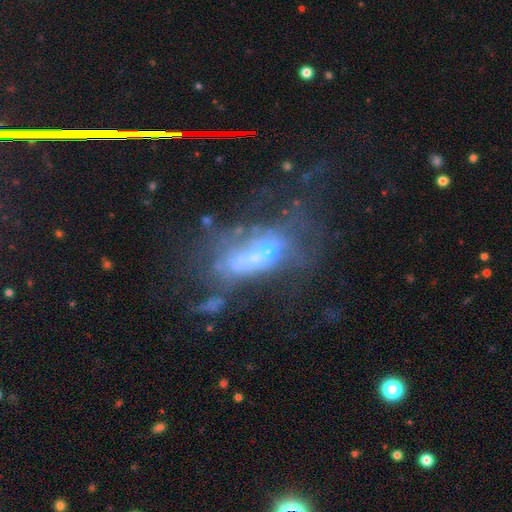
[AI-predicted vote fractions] featured or disk 52%, smooth 25%, star or artifact 23%. Down the decision tree: edge-on disk — no (89%); merging — major disturbance (41%).